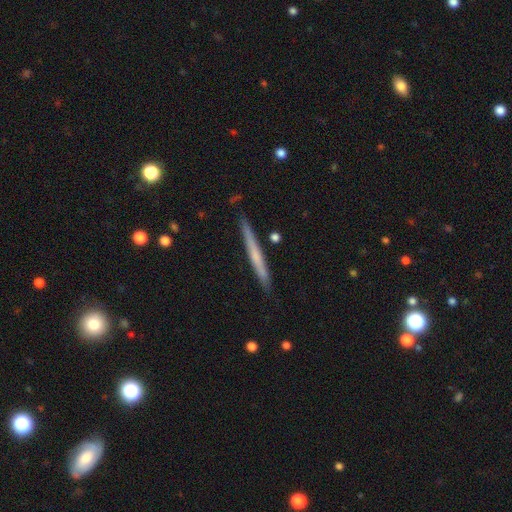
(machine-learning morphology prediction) A smooth galaxy with no disk features (48%).

Vote fractions:
- Smooth or featured? smooth: 48% / featured or disk: 46% / star or artifact: 6%
- Merging? none: 88% / minor disturbance: 9% / merger: 2% / major disturbance: 1%